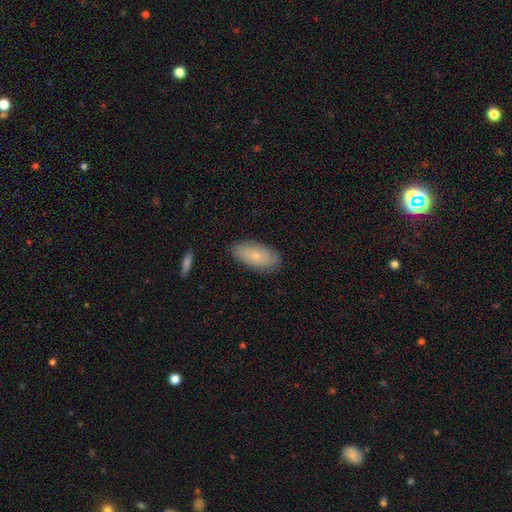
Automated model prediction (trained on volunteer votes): Smooth or featured?
  - smooth: 74% *
  - featured or disk: 19%
  - star or artifact: 7%
How rounded?
  - in between: 90% *
  - cigar-shaped: 8%
  - round: 2%
Merging?
  - none: 85% *
  - minor disturbance: 12%
  - major disturbance: 2%
  - merger: 1%